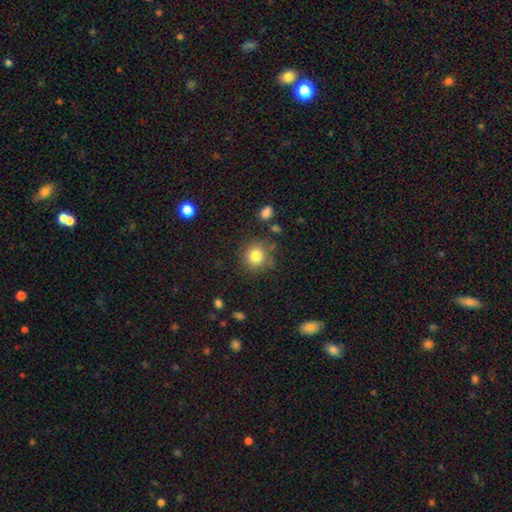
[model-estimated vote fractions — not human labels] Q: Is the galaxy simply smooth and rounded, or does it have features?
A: smooth — 82%.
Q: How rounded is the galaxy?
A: round — 88%.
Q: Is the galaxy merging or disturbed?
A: none — 80%.